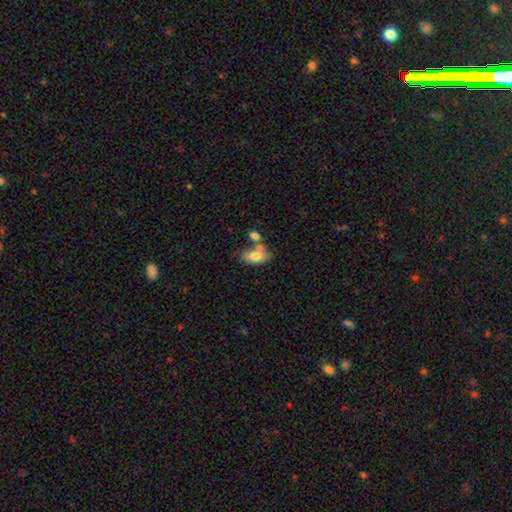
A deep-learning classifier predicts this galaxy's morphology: Q: Smooth or featured?
A: smooth (76%); runner-up: featured or disk (17%)
Q: How rounded?
A: in between (90%); runner-up: round (7%)
Q: Merging?
A: none (41%); runner-up: merger (38%)